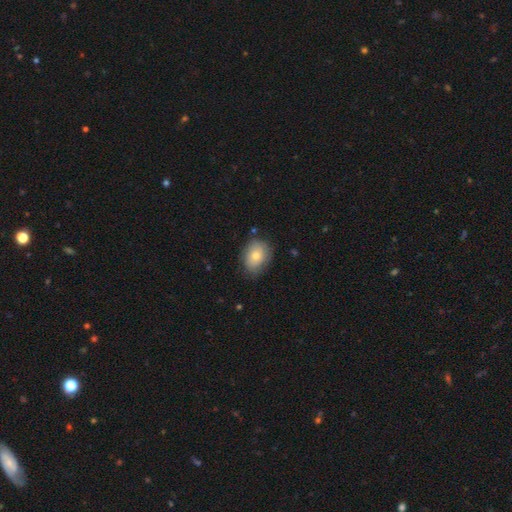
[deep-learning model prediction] Q: Smooth or featured?
A: smooth (74%); runner-up: featured or disk (18%)
Q: How rounded?
A: in between (58%); runner-up: round (41%)
Q: Merging?
A: none (73%); runner-up: minor disturbance (21%)